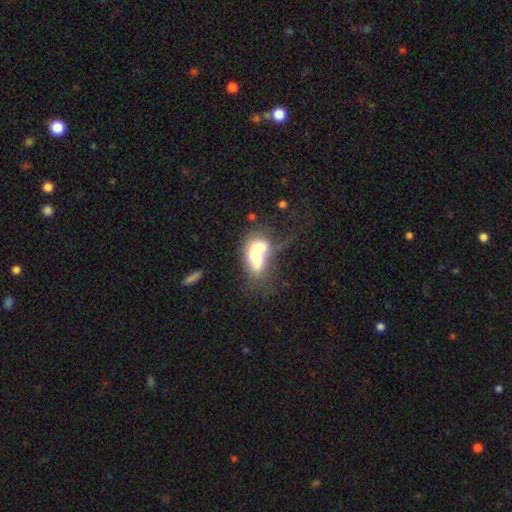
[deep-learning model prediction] Overall: smooth (55%; featured or disk 37%). How rounded: in between (80%). Merging: merger (65%).